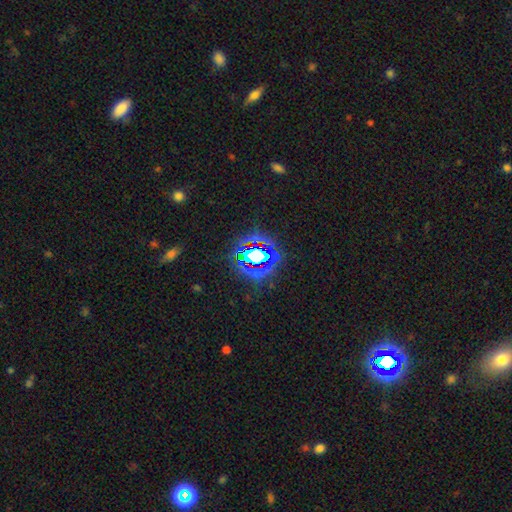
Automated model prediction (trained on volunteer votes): Smooth or featured? star or artifact (71%)